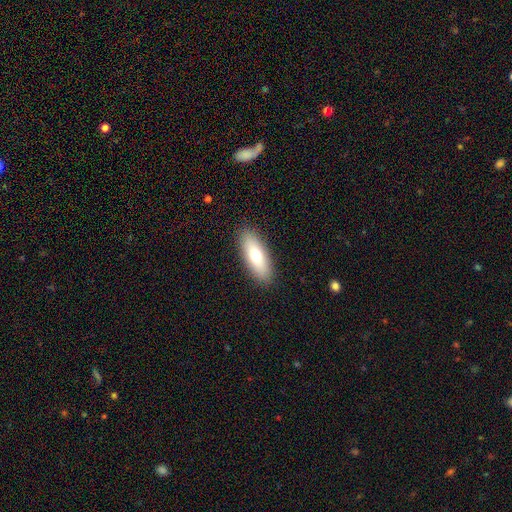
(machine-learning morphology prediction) A smooth galaxy with no disk features (73%) that is in between round and cigar-shaped (66%).

Vote fractions:
- Smooth or featured? smooth: 73% / featured or disk: 21% / star or artifact: 6%
- How rounded? in between: 66% / cigar-shaped: 32% / round: 2%
- Merging? none: 90% / minor disturbance: 8% / major disturbance: 2% / merger: 1%